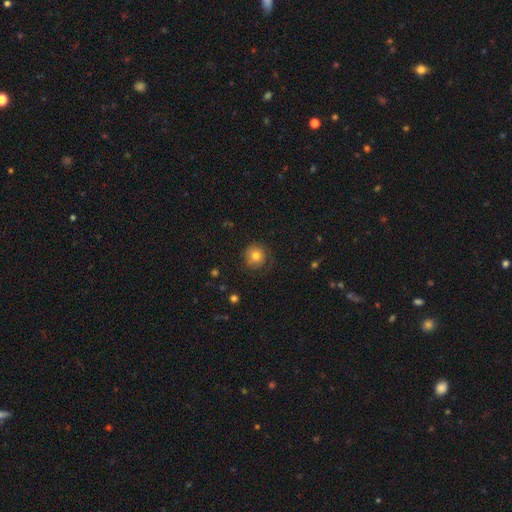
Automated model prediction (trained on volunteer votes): A smooth galaxy with no disk features (74%) that is round (91%).

Vote fractions:
- Smooth or featured? smooth: 74% / featured or disk: 16% / star or artifact: 10%
- How rounded? round: 91% / in between: 8% / cigar-shaped: 1%
- Merging? none: 73% / minor disturbance: 17% / major disturbance: 9% / merger: 1%